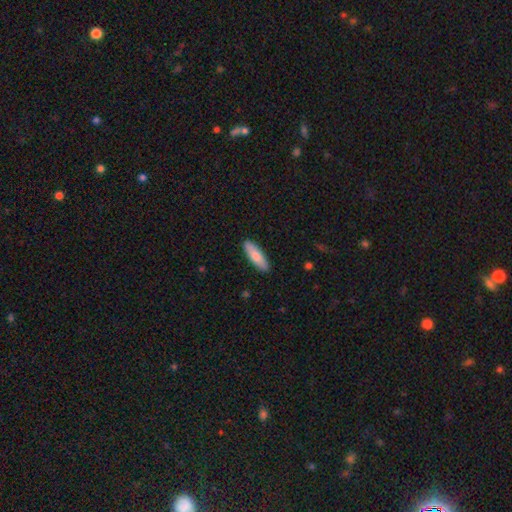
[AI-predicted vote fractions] This is clearly a smooth galaxy (83%). How rounded: possibly cigar-shaped (54%). Merging: clearly none (90%).